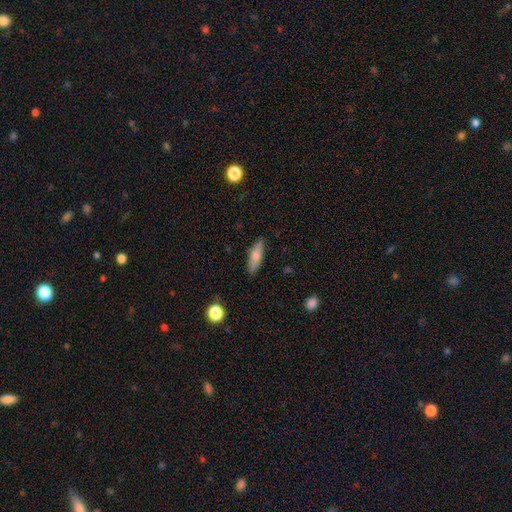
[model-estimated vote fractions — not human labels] The model was most divided on "how rounded": in between: 50%, cigar-shaped: 48%, round: 2%. More confident: merging — none (86%); smooth or featured — smooth (75%).